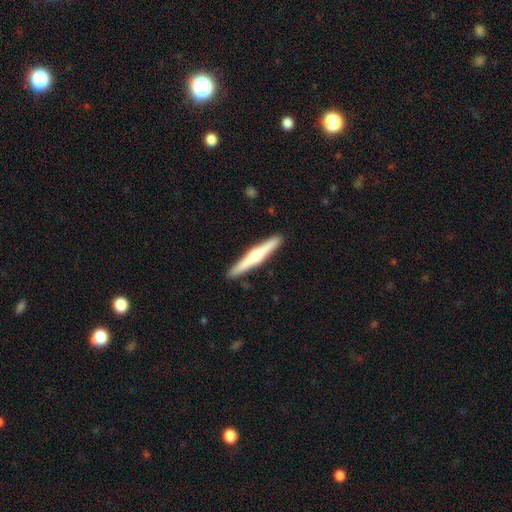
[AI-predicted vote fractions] Smooth or featured? Predicted: featured or disk (p=0.61). Edge-on disk? Predicted: yes (p=0.98). Edge-on bulge? Predicted: rounded (p=0.84). Merging? Predicted: none (p=0.91).